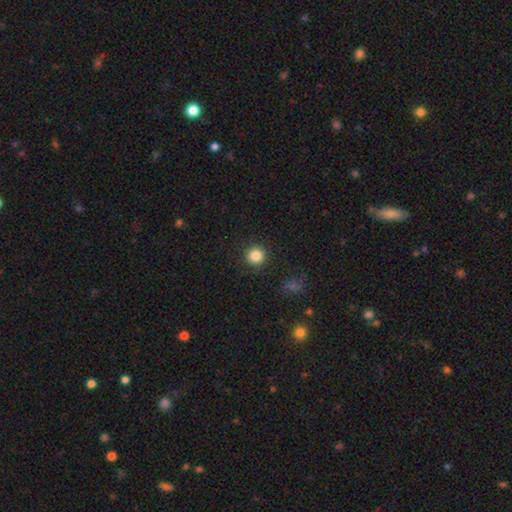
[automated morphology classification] Smooth or featured?
  - smooth: 85% *
  - star or artifact: 11%
  - featured or disk: 5%
How rounded?
  - round: 94% *
  - in between: 5%
  - cigar-shaped: 1%
Merging?
  - none: 91% *
  - minor disturbance: 6%
  - major disturbance: 2%
  - merger: 1%